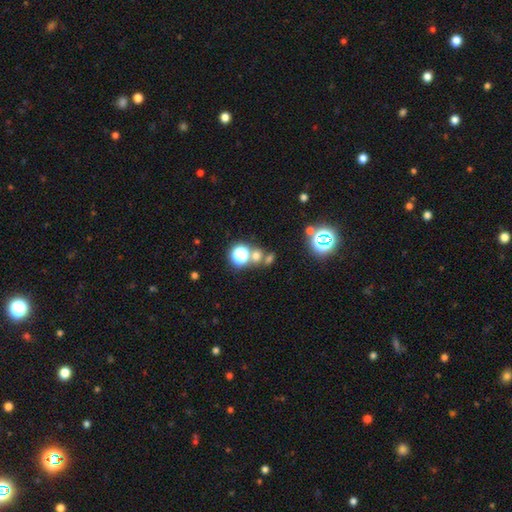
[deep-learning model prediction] This is possibly a smooth galaxy (53%). How rounded: likely round (70%). Merging: possibly none (56%).